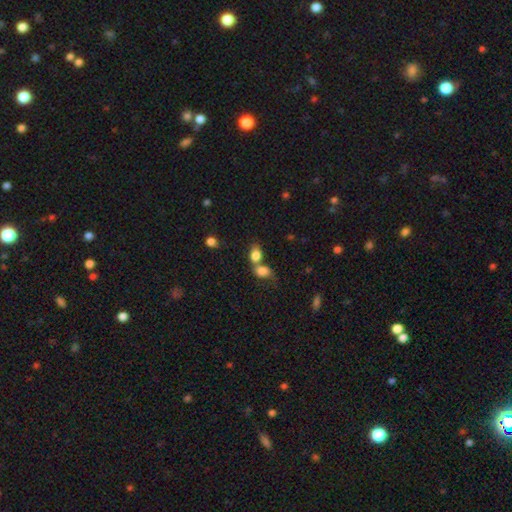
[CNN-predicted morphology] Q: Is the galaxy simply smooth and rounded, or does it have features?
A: smooth — 81%.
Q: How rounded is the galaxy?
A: in between — 67%.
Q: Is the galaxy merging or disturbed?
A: merger — 60%.